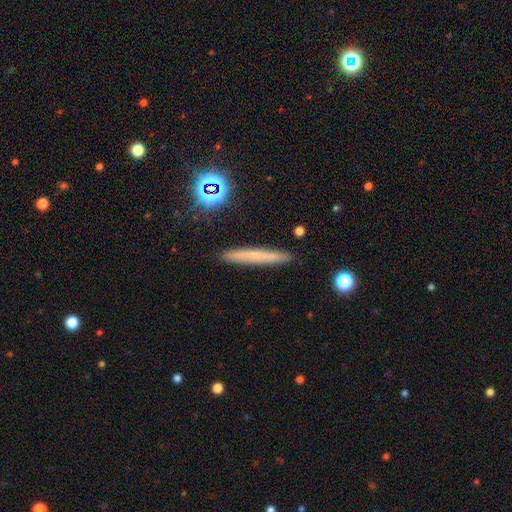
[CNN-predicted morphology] Overall: smooth (58%; featured or disk 31%). How rounded: cigar-shaped (95%). Merging: none (90%).